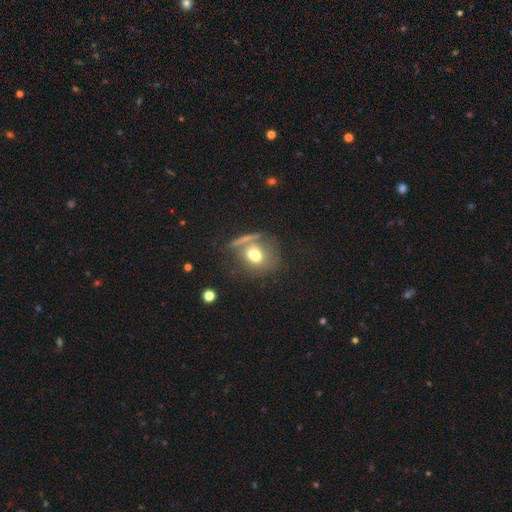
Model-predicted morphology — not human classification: smooth_or_featured: smooth (p=0.63) [alt: featured or disk p=0.25]
how_rounded: round (p=0.58) [alt: in between p=0.39]
merging: none (p=0.40) [alt: merger p=0.31]